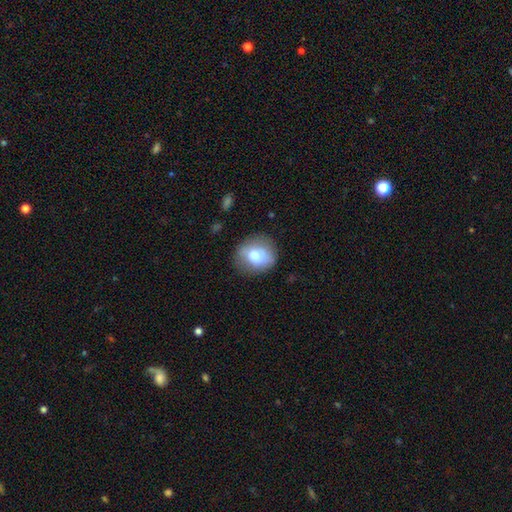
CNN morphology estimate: A smooth galaxy with no disk features (73%) that is round (75%). Merging: none (76%).